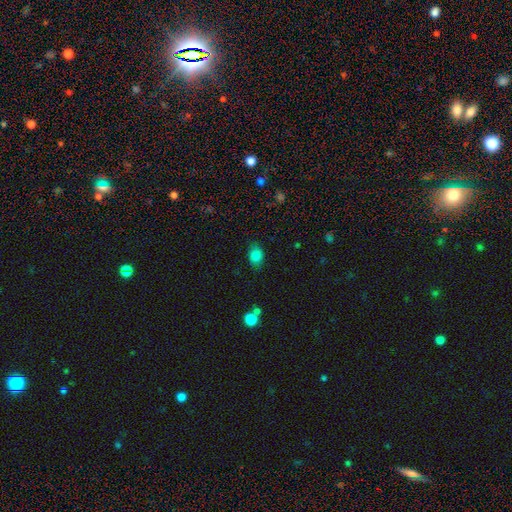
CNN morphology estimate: The model was most divided on "how rounded": in between: 70%, round: 29%, cigar-shaped: 1%. More confident: smooth or featured — smooth (83%); merging — none (78%).